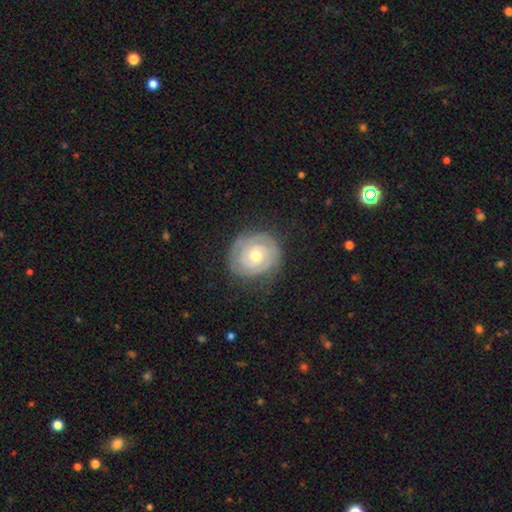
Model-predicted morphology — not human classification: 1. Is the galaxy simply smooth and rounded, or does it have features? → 75% featured or disk, 19% smooth, 6% star or artifact.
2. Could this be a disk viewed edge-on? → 98% no, 2% yes.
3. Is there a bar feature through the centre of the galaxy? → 78% no, 18% weak, 4% strong.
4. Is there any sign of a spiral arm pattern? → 87% yes, 13% no.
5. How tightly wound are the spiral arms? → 80% tight, 15% medium, 5% loose.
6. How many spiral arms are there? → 46% 2, 31% can't tell, 10% 3, 6% 1, 3% 4, 3% more than 4.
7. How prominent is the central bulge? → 60% moderate, 35% small, 3% large, 1% none, 1% dominant.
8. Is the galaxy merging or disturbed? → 78% none, 15% minor disturbance, 5% major disturbance, 1% merger.